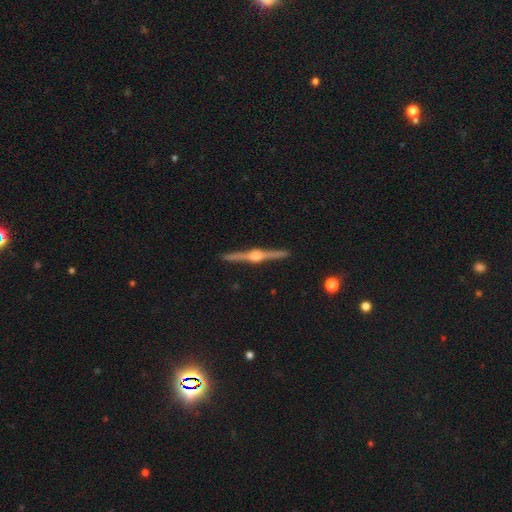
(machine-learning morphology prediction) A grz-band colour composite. It shows a featured or disk galaxy (89%) viewed edge-on (99%) with a rounded central bulge (93%). Merging: none (93%).